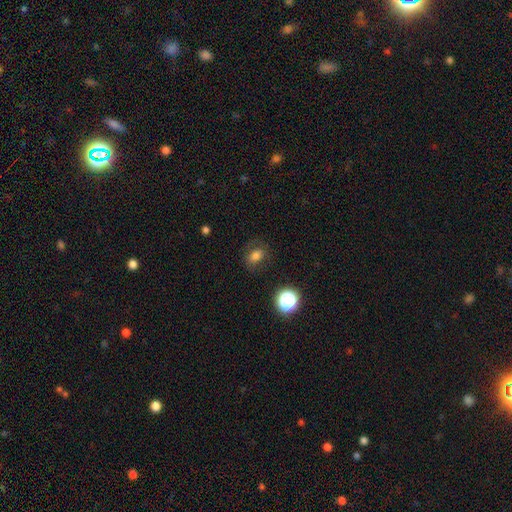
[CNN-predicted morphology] The model was most divided on "how rounded": in between: 67%, round: 31%, cigar-shaped: 2%. More confident: merging — none (75%); smooth or featured — smooth (73%).